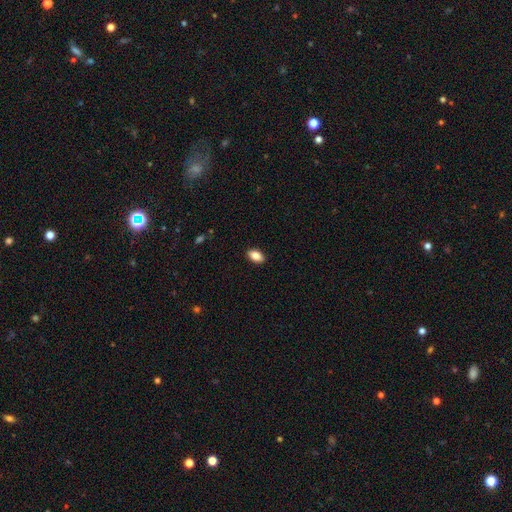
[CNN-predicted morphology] Overall: smooth (88%). How rounded: in between (92%). Merging: none (90%).